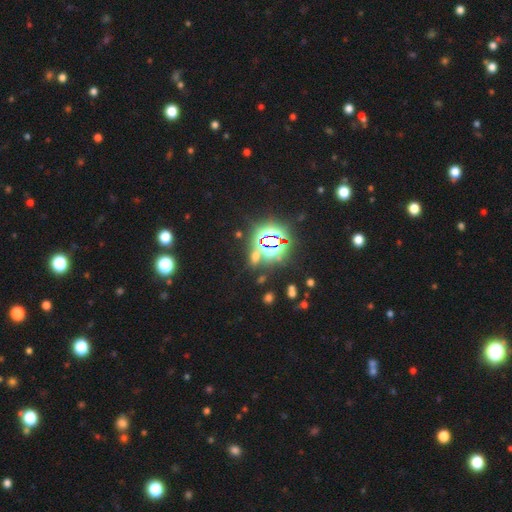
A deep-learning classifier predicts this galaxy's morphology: Overall: star or artifact (70%).